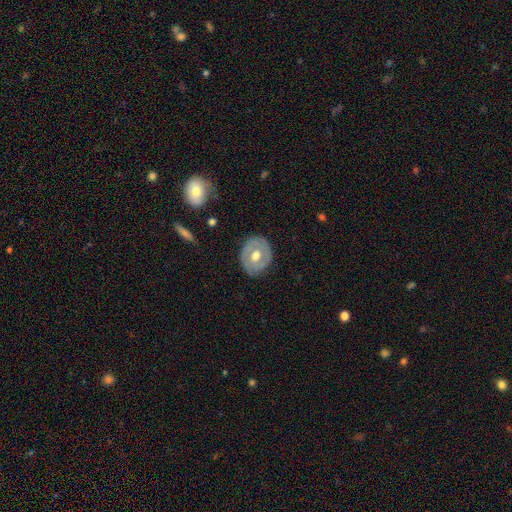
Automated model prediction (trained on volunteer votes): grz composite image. It shows a featured or disk galaxy (58%) with no bar (72%), no spiral arms (60%) and a moderate central bulge (79%). Merging: none (80%).